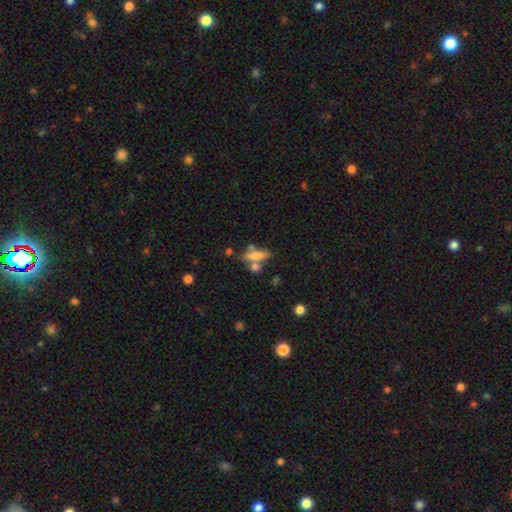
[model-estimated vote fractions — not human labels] smooth_or_featured: smooth (p=0.64) [alt: featured or disk p=0.26]
how_rounded: in between (p=0.49) [alt: cigar-shaped p=0.46]
merging: none (p=0.49) [alt: merger p=0.30]